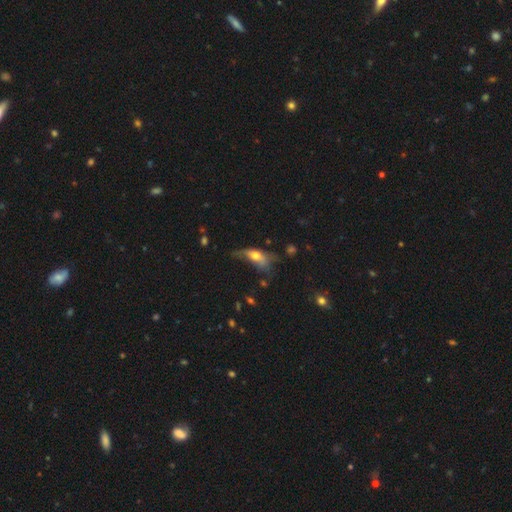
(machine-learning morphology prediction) smooth-or-featured: smooth: 57% | featured or disk: 34% | star or artifact: 10%
  how-rounded: in between: 71% | cigar-shaped: 23% | round: 5%
  merging: major disturbance: 41% | minor disturbance: 29% | none: 25% | merger: 5%